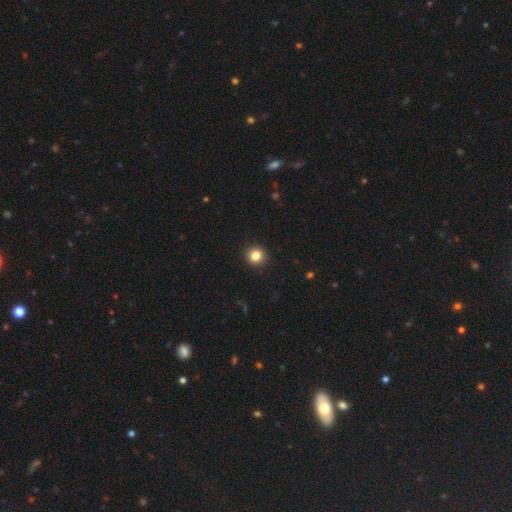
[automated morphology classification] This is clearly a smooth galaxy (84%). How rounded: clearly round (91%). Merging: clearly none (93%).